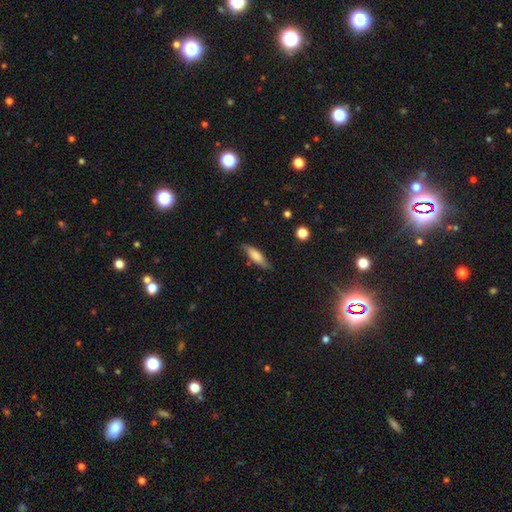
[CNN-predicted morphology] smooth 68%, featured or disk 26%, star or artifact 7%. Down the decision tree: how rounded — cigar-shaped (58%); merging — none (76%).